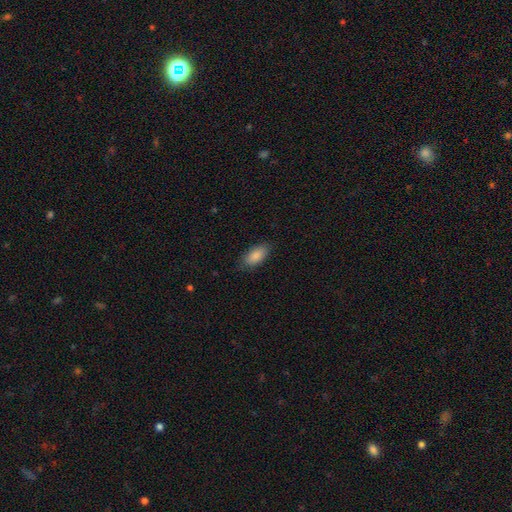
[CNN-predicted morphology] smooth 87%, featured or disk 7%, star or artifact 6%. Down the decision tree: how rounded — in between (91%); merging — none (82%).